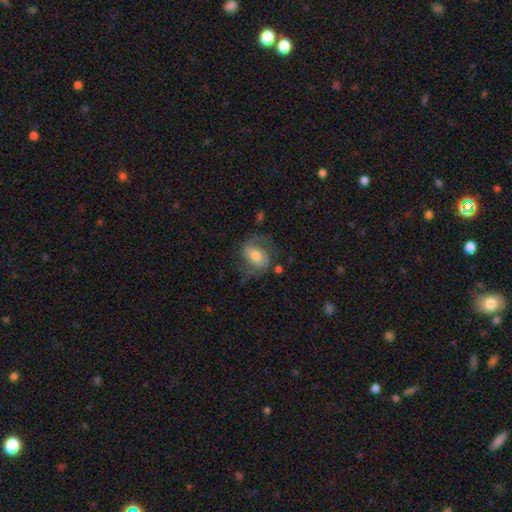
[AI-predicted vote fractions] This appears to be a featured or disk galaxy (61%) with no bar (44%), 2 (83%) medium (46%) spiral arms (85%) and a moderate central bulge (66%). Merging: none (59%).